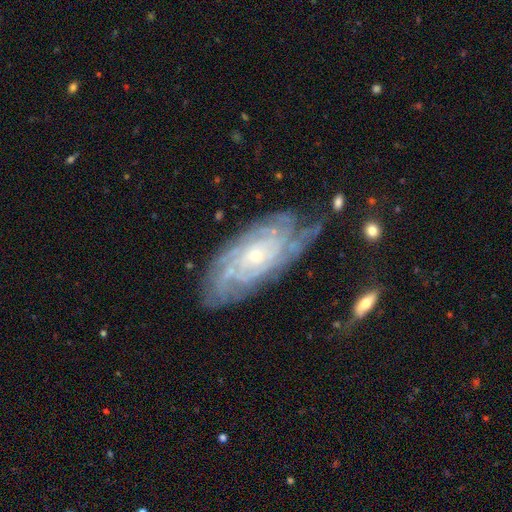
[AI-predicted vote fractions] featured or disk 87%, smooth 7%, star or artifact 6%. Down the decision tree: edge-on disk — no (93%); bar — no (73%); spiral arms — yes (97%); spiral arm count — can't tell (34%); spiral winding — tight (80%); bulge size — small (75%); merging — none (70%).